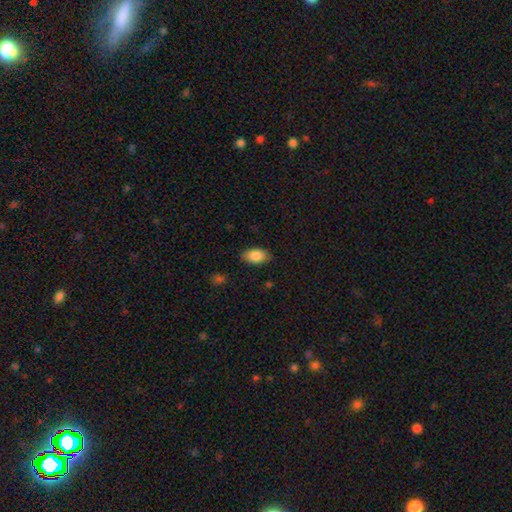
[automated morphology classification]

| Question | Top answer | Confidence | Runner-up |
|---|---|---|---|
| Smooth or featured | smooth | 86% | star or artifact (7%) |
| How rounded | in between | 92% | round (6%) |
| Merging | none | 84% | minor disturbance (12%) |